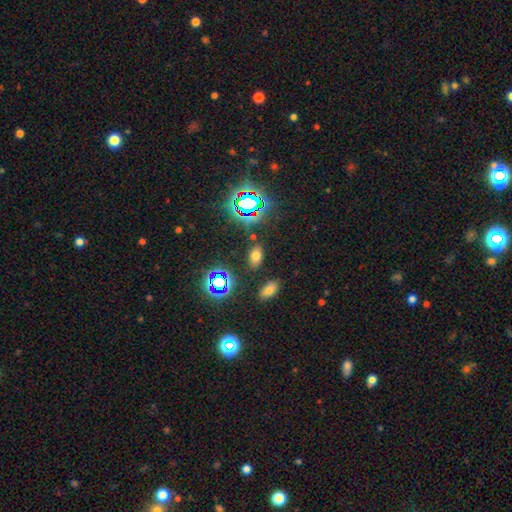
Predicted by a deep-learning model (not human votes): Smooth or featured? Predicted: smooth (p=0.60). How rounded? Predicted: in between (p=0.88). Merging? Predicted: none (p=0.85).